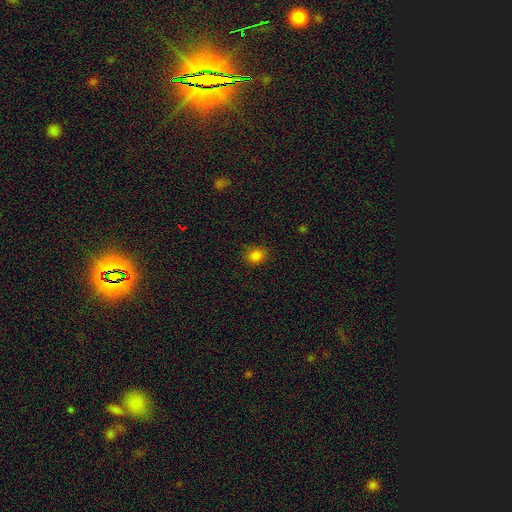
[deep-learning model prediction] Smooth or featured? Predicted: smooth (p=0.83). How rounded? Predicted: round (p=0.65). Merging? Predicted: none (p=0.84).